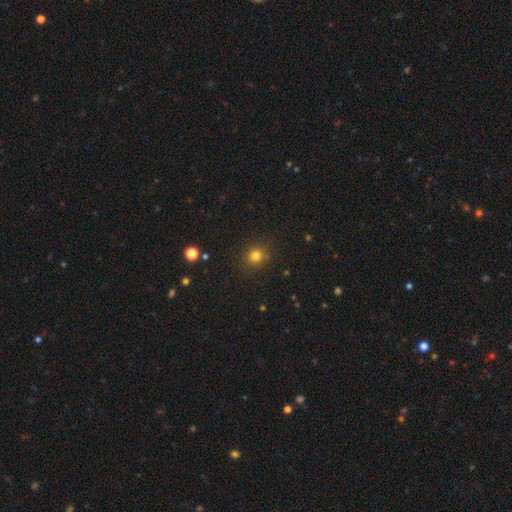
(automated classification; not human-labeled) Smooth or featured: smooth — 80% (star or artifact — 15%)
How rounded: round — 84% (in between — 15%)
Merging: none — 88% (minor disturbance — 8%)